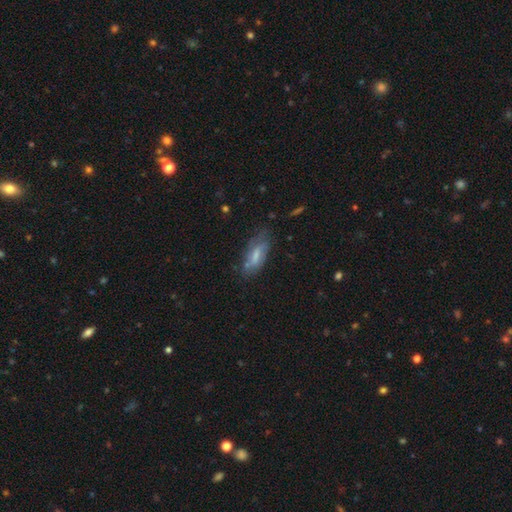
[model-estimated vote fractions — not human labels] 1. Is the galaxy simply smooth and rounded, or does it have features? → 56% smooth, 36% featured or disk, 8% star or artifact.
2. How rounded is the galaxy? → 73% in between, 24% cigar-shaped, 2% round.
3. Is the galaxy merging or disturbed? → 59% none, 28% minor disturbance, 10% major disturbance, 3% merger.